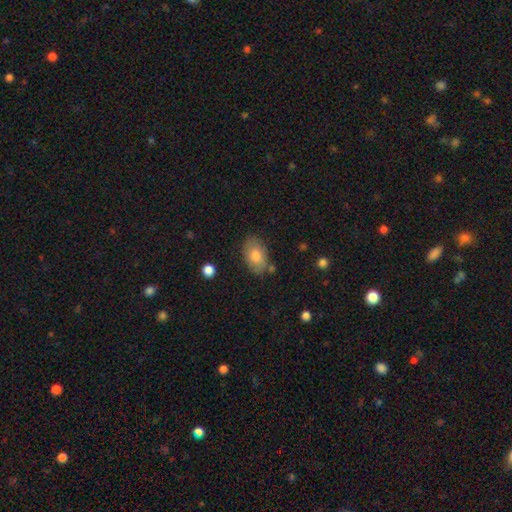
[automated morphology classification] smooth-or-featured: smooth: 78% | featured or disk: 15% | star or artifact: 7%
  how-rounded: in between: 90% | round: 8% | cigar-shaped: 1%
  merging: none: 76% | minor disturbance: 16% | merger: 4% | major disturbance: 4%